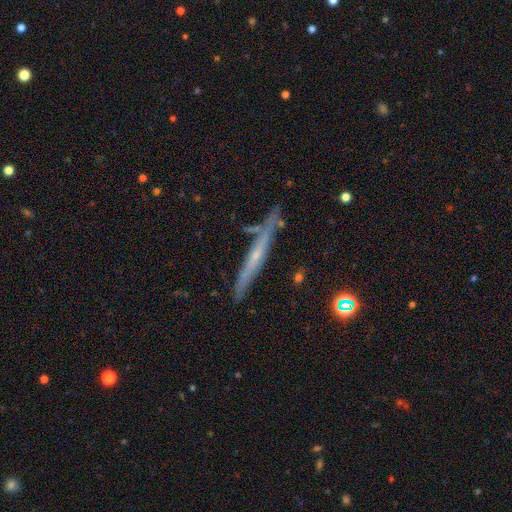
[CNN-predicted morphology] Overall: featured or disk (66%; smooth 26%). Edge-on disk: yes (91%). Edge-on bulge: none (58%; rounded 37%). Merging: none (77%).